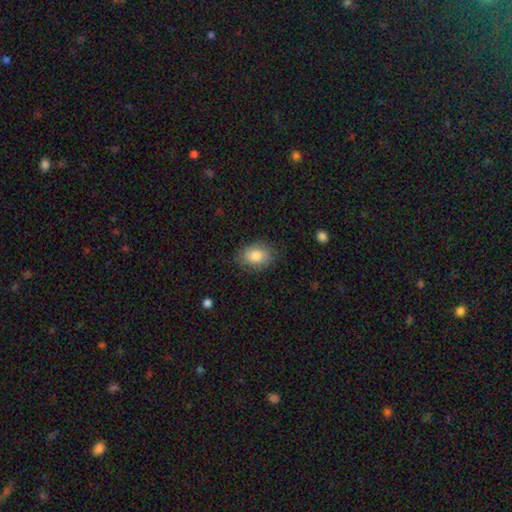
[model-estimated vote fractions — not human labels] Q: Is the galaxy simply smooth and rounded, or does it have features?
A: smooth — 82%.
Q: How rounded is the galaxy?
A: in between — 73%.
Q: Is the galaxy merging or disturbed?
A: none — 78%.